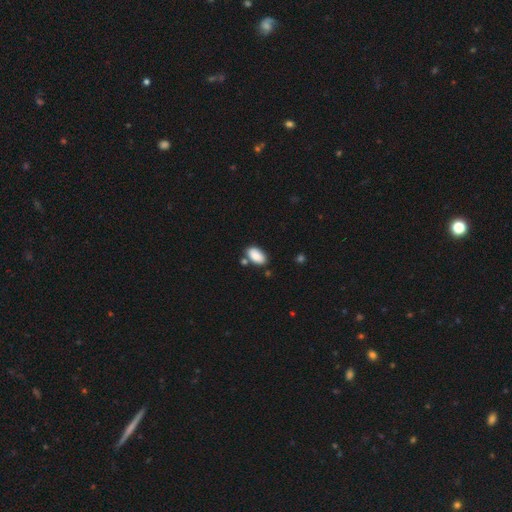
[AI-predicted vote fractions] The model was most divided on "merging": none: 75%, minor disturbance: 13%, merger: 9%, major disturbance: 3%. More confident: how rounded — in between (95%); smooth or featured — smooth (88%).